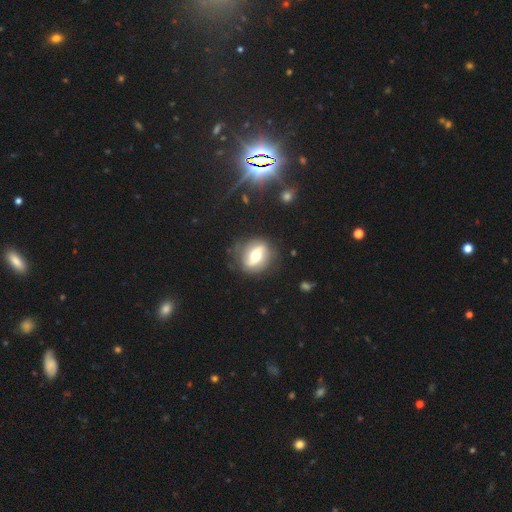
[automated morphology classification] smooth-or-featured: featured or disk: 59% | smooth: 33% | star or artifact: 8%
  disk-edge-on: no: 86% | yes: 14%
    bar: strong: 49% | weak: 29% | no: 22%
    has-spiral-arms: yes: 62% | no: 38%
    bulge-size: moderate: 60% | large: 22% | small: 13% | dominant: 4% | none: 1%
  merging: none: 77% | minor disturbance: 15% | major disturbance: 6% | merger: 2%